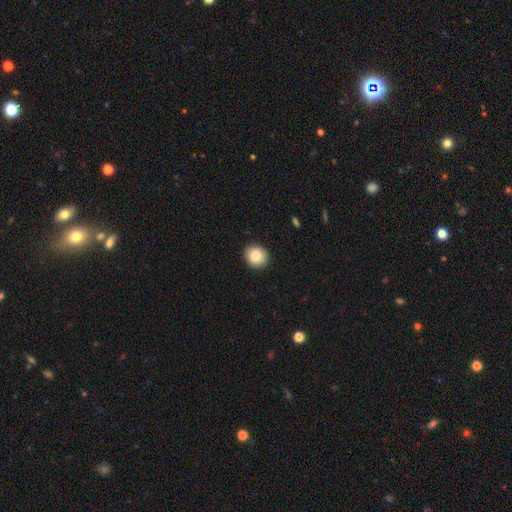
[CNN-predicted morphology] Smooth or featured? smooth (85%)
How rounded? round (86%)
Merging? none (92%)